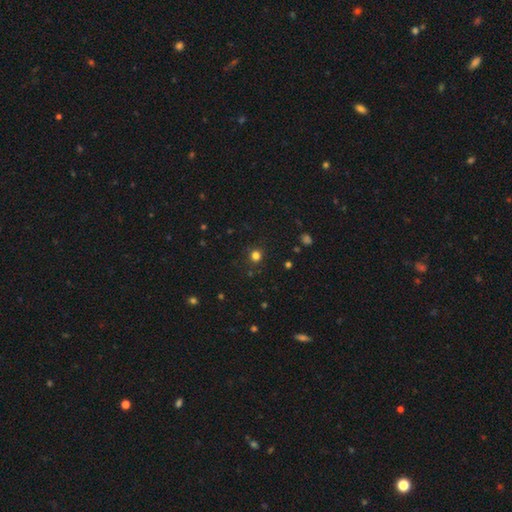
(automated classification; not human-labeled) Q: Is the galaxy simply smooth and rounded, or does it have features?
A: smooth — 78%.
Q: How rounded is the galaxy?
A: round — 92%.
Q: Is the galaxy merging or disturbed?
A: none — 89%.